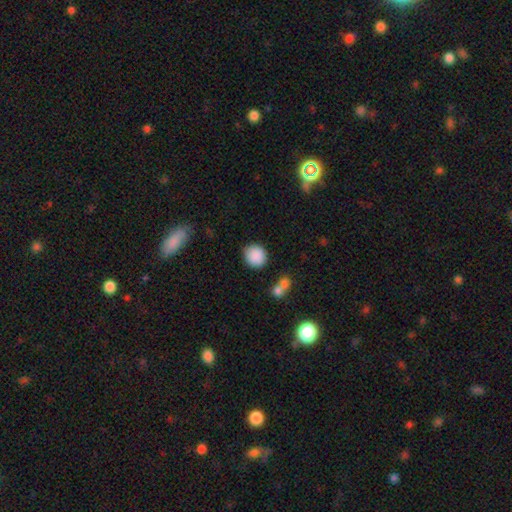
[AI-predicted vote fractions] The model was most divided on "merging": none: 81%, minor disturbance: 11%, merger: 5%, major disturbance: 3%. More confident: how rounded — round (89%); smooth or featured — smooth (88%).